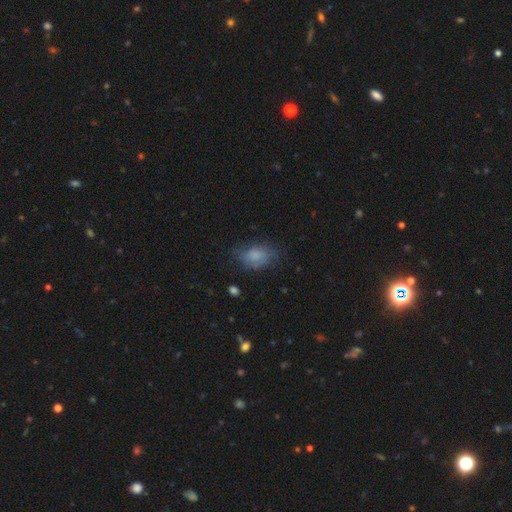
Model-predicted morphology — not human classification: smooth-or-featured: smooth: 78% | featured or disk: 13% | star or artifact: 10%
  how-rounded: in between: 84% | round: 14% | cigar-shaped: 2%
  merging: none: 62% | minor disturbance: 26% | major disturbance: 10% | merger: 2%